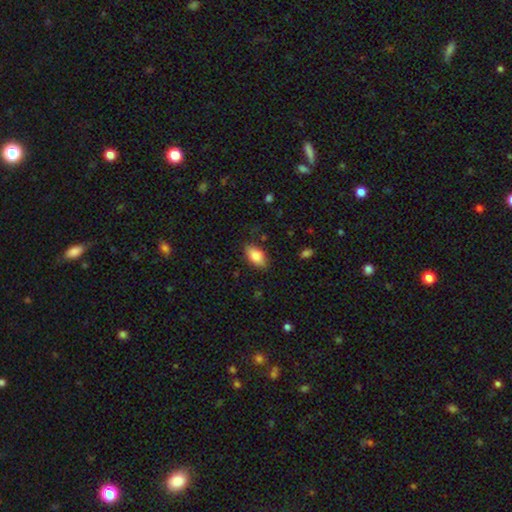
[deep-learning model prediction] The model was most divided on "merging": none: 81%, minor disturbance: 15%, major disturbance: 3%, merger: 1%. More confident: how rounded — in between (91%); smooth or featured — smooth (83%).